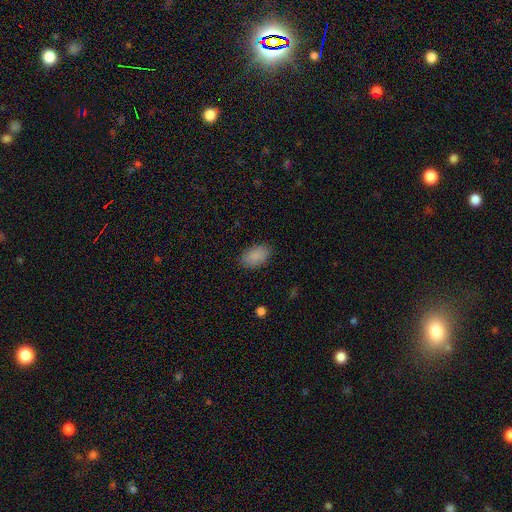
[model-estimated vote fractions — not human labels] This appears to be a smooth galaxy with no disk features (89%) that is in between round and cigar-shaped (92%). Merging: none (86%).